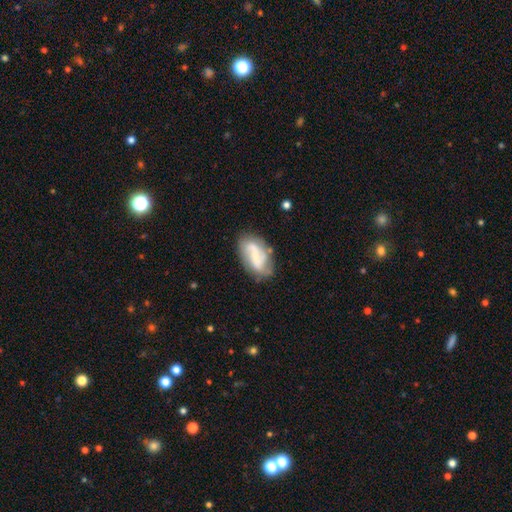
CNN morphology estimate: The model was most divided on "spiral winding": loose: 43%, medium: 39%, tight: 18%. Remaining: edge-on disk — no (96%); spiral arms — yes (86%); spiral arm count — 2 (74%); merging — none (67%); smooth or featured — featured or disk (66%); bulge size — small (56%); bar — weak (43%).